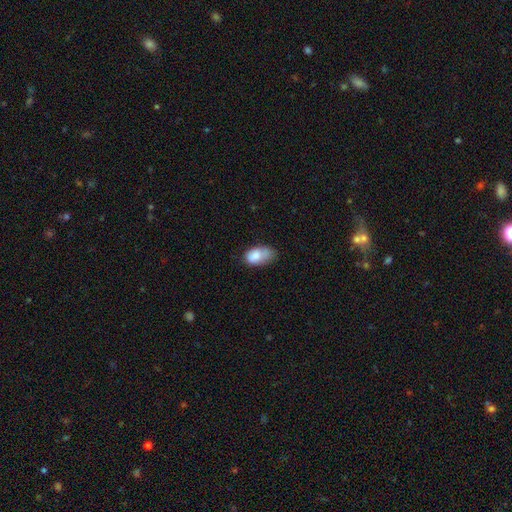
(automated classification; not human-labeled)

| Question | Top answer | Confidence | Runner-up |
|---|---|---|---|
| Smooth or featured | smooth | 78% | featured or disk (14%) |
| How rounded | in between | 90% | round (8%) |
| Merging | minor disturbance | 38% | none (35%) |